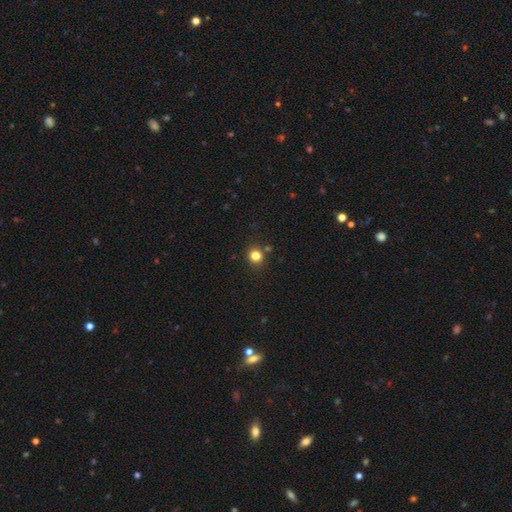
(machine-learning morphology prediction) Smooth or featured: smooth — 82% (star or artifact — 14%)
How rounded: round — 89% (in between — 11%)
Merging: none — 85% (minor disturbance — 7%)